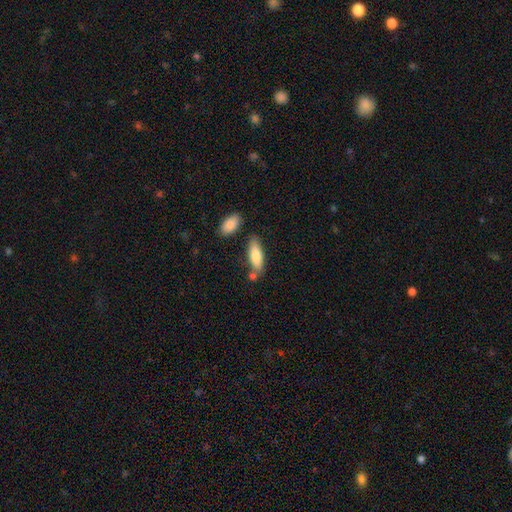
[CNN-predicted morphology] smooth 81%, featured or disk 14%, star or artifact 6%. Down the decision tree: how rounded — in between (60%); merging — none (67%).